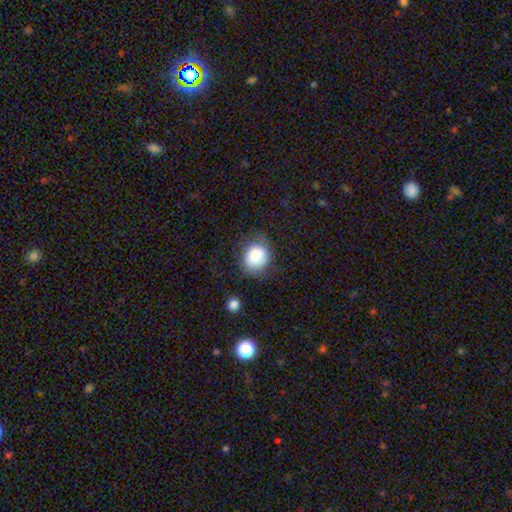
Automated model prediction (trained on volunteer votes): smooth_or_featured: smooth (p=0.83) [alt: star or artifact p=0.09]
how_rounded: round (p=0.70) [alt: in between p=0.29]
merging: none (p=0.67) [alt: minor disturbance p=0.21]